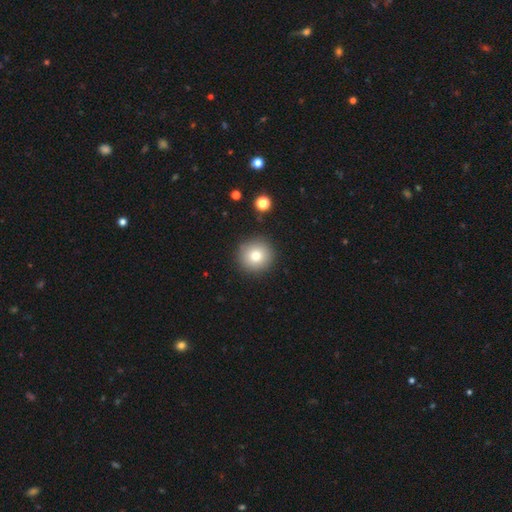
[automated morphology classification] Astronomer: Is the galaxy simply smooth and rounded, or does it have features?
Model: smooth — 77%.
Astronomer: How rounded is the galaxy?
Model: round — 95%.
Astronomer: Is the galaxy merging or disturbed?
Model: none — 89%.